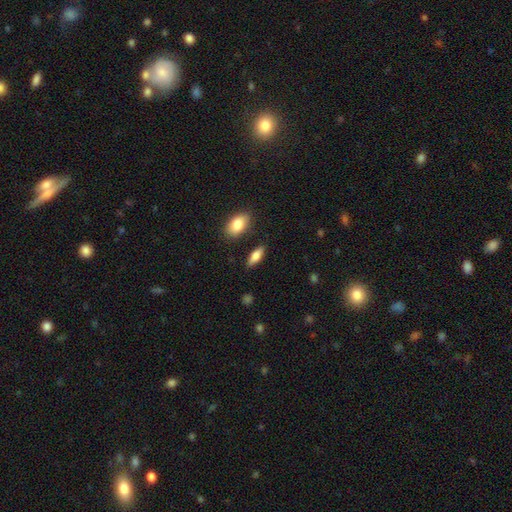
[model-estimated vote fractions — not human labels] Smooth or featured? smooth (79%)
How rounded? in between (72%)
Merging? none (84%)